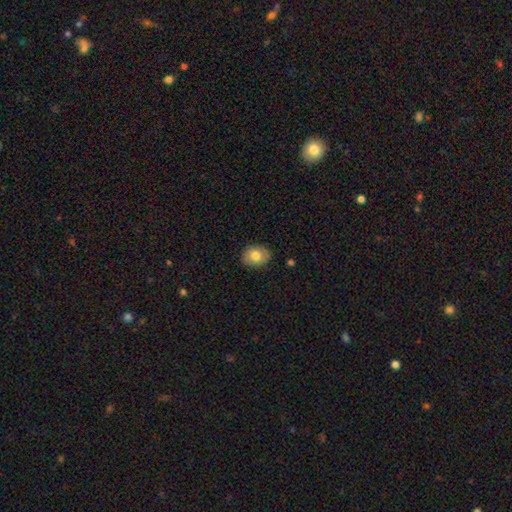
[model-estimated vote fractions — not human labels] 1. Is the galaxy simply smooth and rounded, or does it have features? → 78% smooth, 14% featured or disk, 8% star or artifact.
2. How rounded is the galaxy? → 53% in between, 47% round, 1% cigar-shaped.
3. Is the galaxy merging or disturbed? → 88% none, 9% minor disturbance, 2% major disturbance, 1% merger.